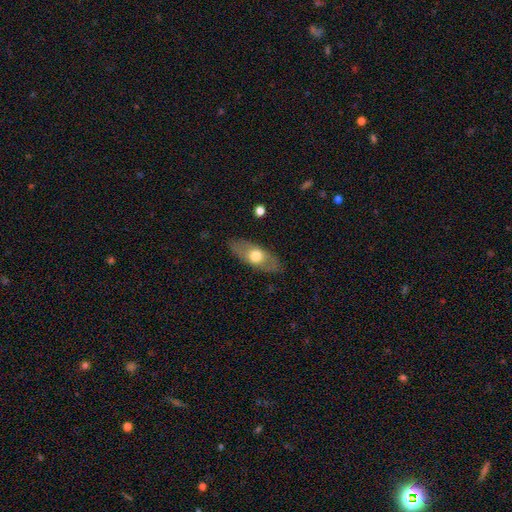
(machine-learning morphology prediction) type=smooth (57%); roundness=in between (78%); merging=none (84%).